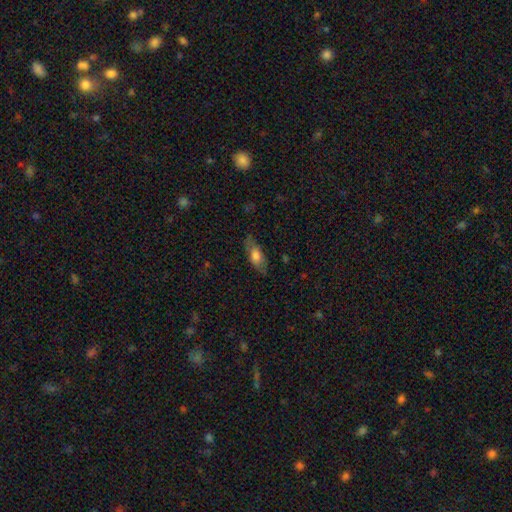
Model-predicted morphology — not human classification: Overall: smooth (65%; featured or disk 28%). How rounded: in between (73%). Merging: none (74%).